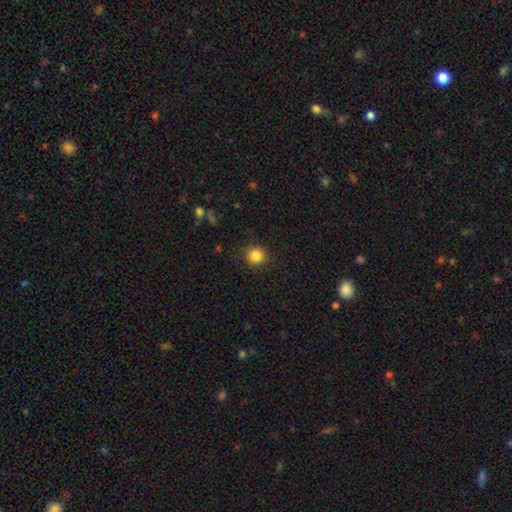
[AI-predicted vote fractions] Smooth or featured?
  - smooth: 85% *
  - star or artifact: 11%
  - featured or disk: 4%
How rounded?
  - round: 90% *
  - in between: 9%
  - cigar-shaped: 1%
Merging?
  - none: 88% *
  - minor disturbance: 8%
  - major disturbance: 3%
  - merger: 1%